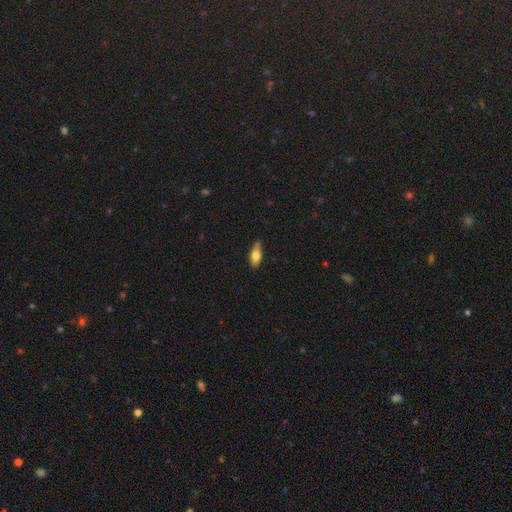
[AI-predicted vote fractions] The model was most divided on "smooth or featured": smooth: 68%, featured or disk: 25%, star or artifact: 7%. More confident: merging — none (78%); how rounded — in between (72%).